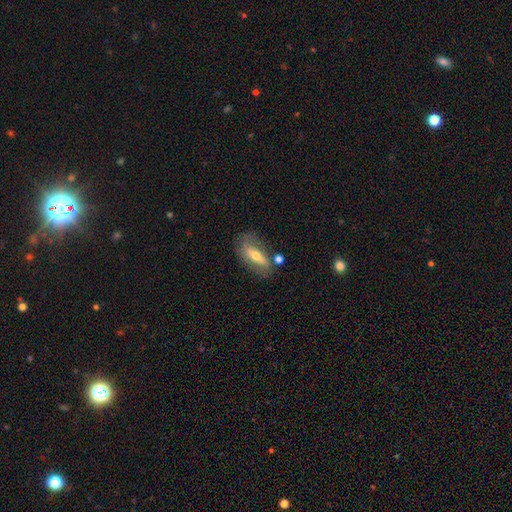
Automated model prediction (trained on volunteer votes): Smooth or featured? Predicted: featured or disk (p=0.51). Edge-on disk? Predicted: no (p=0.65). Merging? Predicted: none (p=0.64).